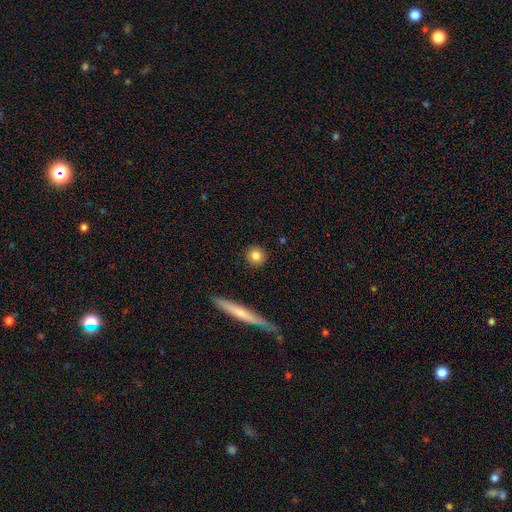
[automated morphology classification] smooth_or_featured: smooth (p=0.82) [alt: featured or disk p=0.09]
how_rounded: round (p=0.90) [alt: in between p=0.08]
merging: none (p=0.90) [alt: minor disturbance p=0.06]